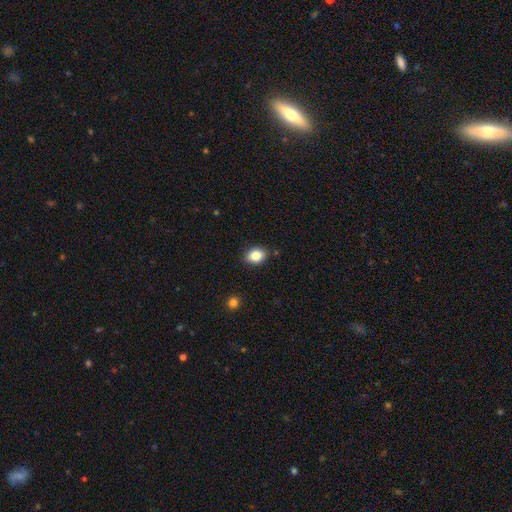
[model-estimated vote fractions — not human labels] smooth 84%, star or artifact 9%, featured or disk 7%. Down the decision tree: how rounded — in between (65%); merging — none (86%).